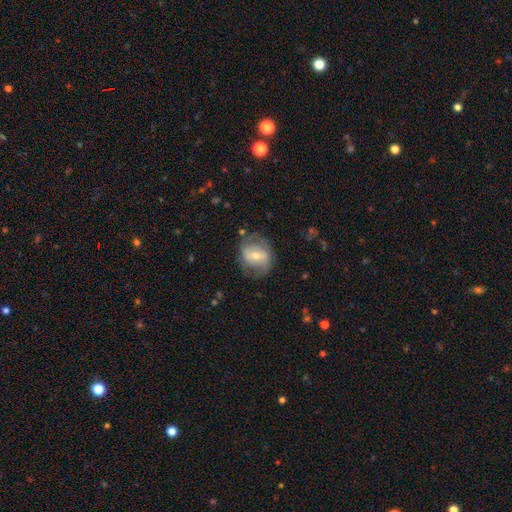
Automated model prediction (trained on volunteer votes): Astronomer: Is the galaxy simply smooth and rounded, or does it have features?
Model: featured or disk — 58% (runner-up: smooth, 35%).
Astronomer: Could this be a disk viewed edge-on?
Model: no — 95%.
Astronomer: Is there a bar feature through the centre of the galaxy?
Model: weak — 42% (runner-up: strong, 29%).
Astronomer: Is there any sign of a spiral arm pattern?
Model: yes — 65%.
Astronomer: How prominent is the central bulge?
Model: moderate — 54% (runner-up: small, 40%).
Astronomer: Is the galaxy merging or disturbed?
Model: none — 63%.